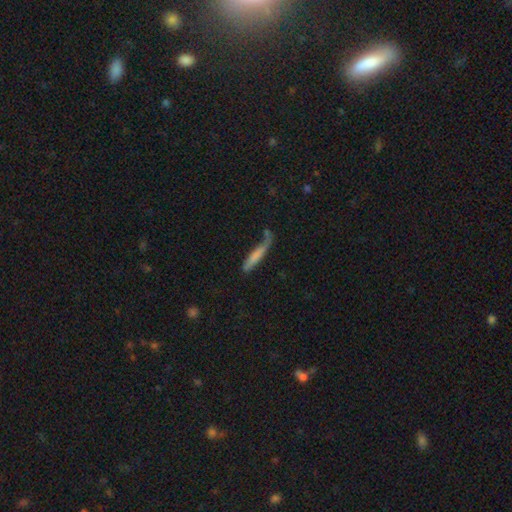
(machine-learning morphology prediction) smooth-or-featured: smooth: 70% | featured or disk: 24% | star or artifact: 7%
  how-rounded: cigar-shaped: 88% | in between: 10% | round: 2%
  merging: none: 45% | minor disturbance: 25% | major disturbance: 17% | merger: 13%